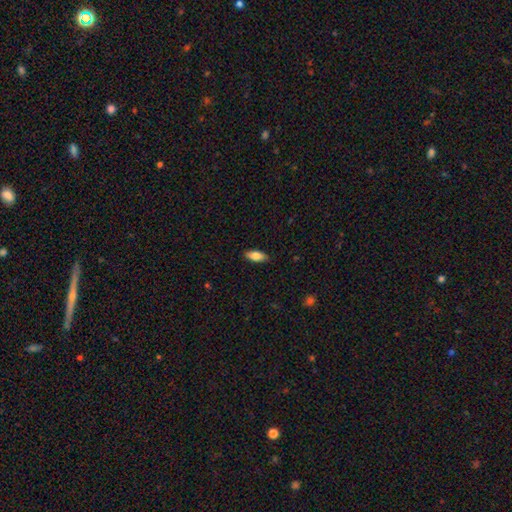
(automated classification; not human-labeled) A smooth galaxy with no disk features (81%) that is in between round and cigar-shaped (83%). Merging: none (88%).